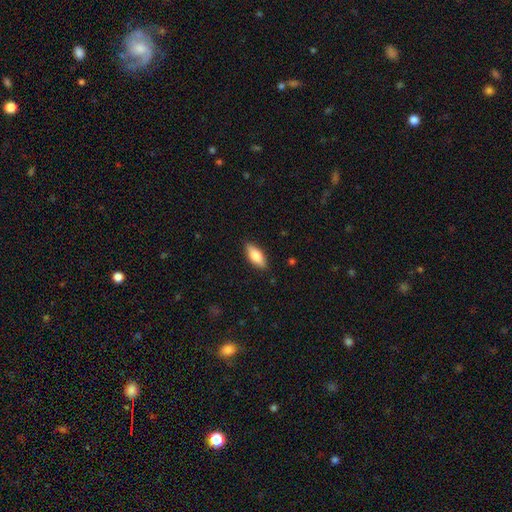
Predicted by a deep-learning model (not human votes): A smooth galaxy with no disk features (76%) that is in between round and cigar-shaped (80%).

Vote fractions:
- Smooth or featured? smooth: 76% / featured or disk: 18% / star or artifact: 6%
- How rounded? in between: 80% / cigar-shaped: 18% / round: 2%
- Merging? none: 87% / minor disturbance: 10% / major disturbance: 2% / merger: 1%